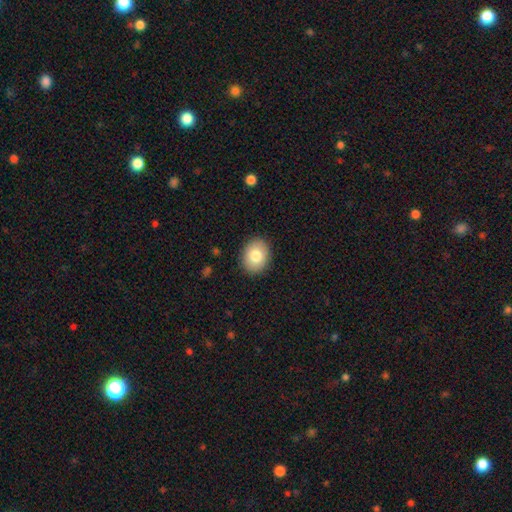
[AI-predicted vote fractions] Smooth or featured?
  - smooth: 80% *
  - featured or disk: 12%
  - star or artifact: 8%
How rounded?
  - in between: 55% *
  - round: 44%
  - cigar-shaped: 1%
Merging?
  - none: 89% *
  - minor disturbance: 8%
  - major disturbance: 2%
  - merger: 1%